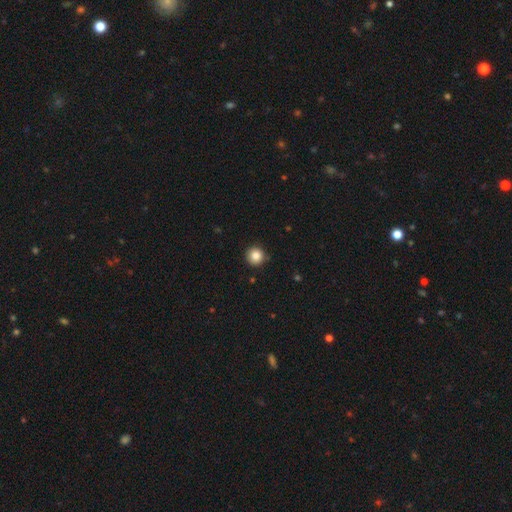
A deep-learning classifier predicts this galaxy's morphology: smooth-or-featured: smooth: 85% | star or artifact: 10% | featured or disk: 5%
  how-rounded: round: 95% | in between: 4% | cigar-shaped: 1%
  merging: none: 90% | minor disturbance: 8% | major disturbance: 2% | merger: 1%